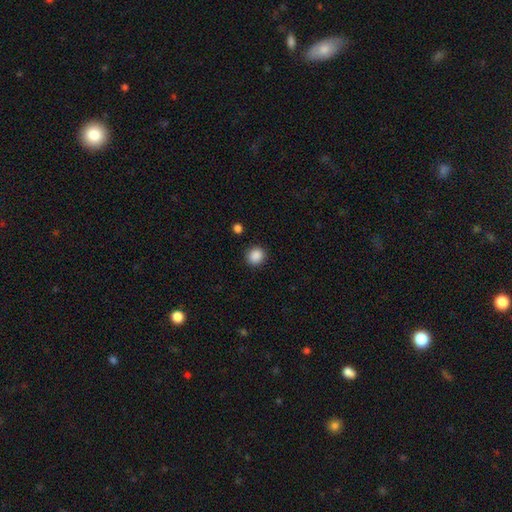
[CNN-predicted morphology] smooth-or-featured: smooth: 88% | star or artifact: 9% | featured or disk: 3%
  how-rounded: round: 82% | in between: 17% | cigar-shaped: 1%
  merging: none: 89% | minor disturbance: 7% | major disturbance: 2% | merger: 2%